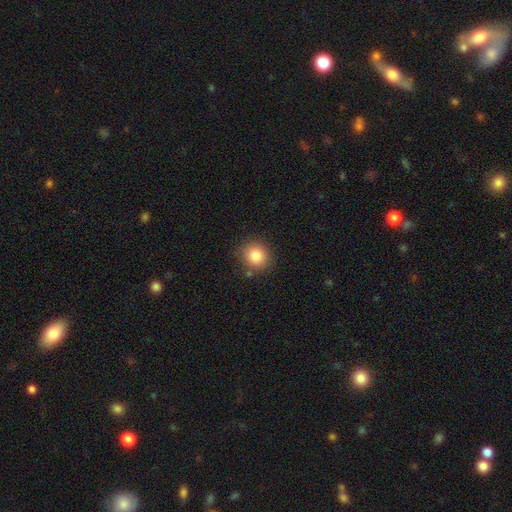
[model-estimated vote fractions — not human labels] Smooth or featured: smooth — 84% (star or artifact — 10%)
How rounded: round — 87% (in between — 13%)
Merging: none — 84% (minor disturbance — 9%)